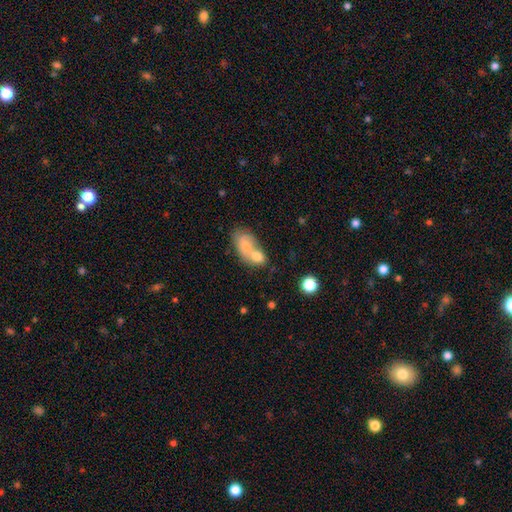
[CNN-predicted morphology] smooth-or-featured: smooth: 70% | featured or disk: 21% | star or artifact: 8%
  how-rounded: in between: 77% | round: 20% | cigar-shaped: 3%
  merging: merger: 65% | none: 22% | minor disturbance: 9% | major disturbance: 5%